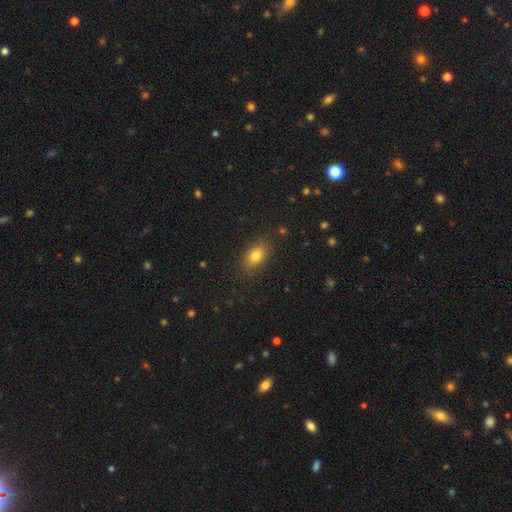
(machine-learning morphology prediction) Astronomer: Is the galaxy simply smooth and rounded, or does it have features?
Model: smooth — 79%.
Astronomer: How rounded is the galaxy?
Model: in between — 82%.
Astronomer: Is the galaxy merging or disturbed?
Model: none — 84%.